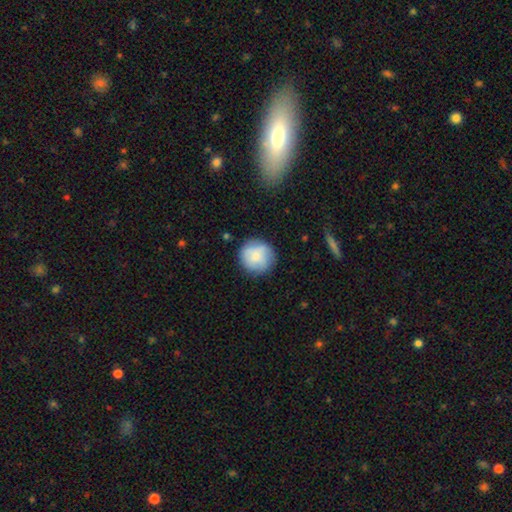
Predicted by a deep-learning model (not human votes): Q: Smooth or featured?
A: smooth (76%); runner-up: featured or disk (17%)
Q: How rounded?
A: round (94%); runner-up: in between (5%)
Q: Merging?
A: none (82%); runner-up: minor disturbance (13%)